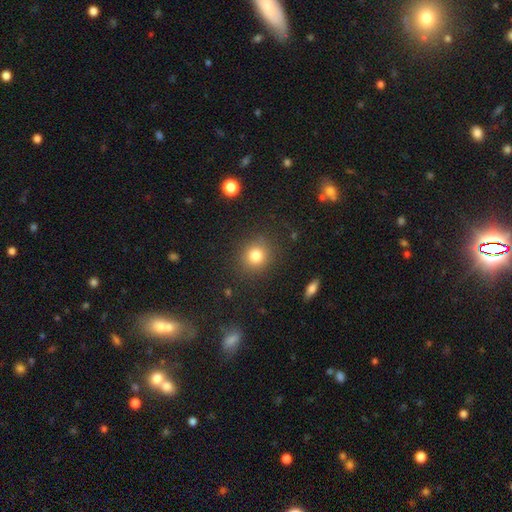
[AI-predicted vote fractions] This is clearly a smooth galaxy (81%). How rounded: clearly round (85%). Merging: clearly none (87%).